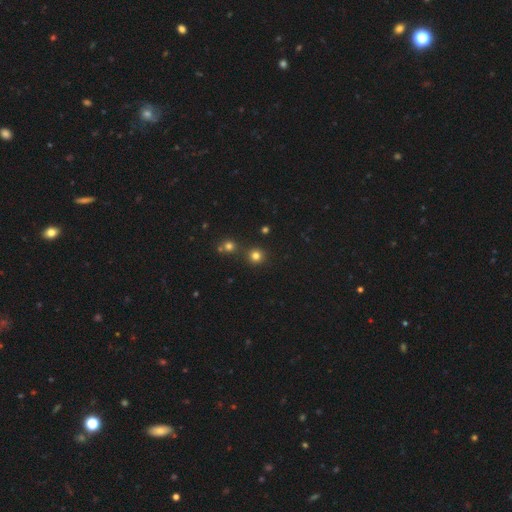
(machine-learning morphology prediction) type=smooth (77%); roundness=round (93%); merging=none (80%).